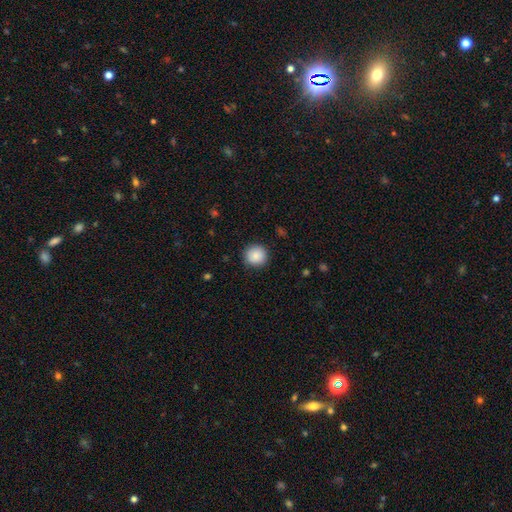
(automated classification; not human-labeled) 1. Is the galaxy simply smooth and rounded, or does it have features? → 87% smooth, 8% star or artifact, 5% featured or disk.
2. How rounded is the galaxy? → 93% round, 6% in between, 1% cigar-shaped.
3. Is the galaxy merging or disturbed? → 88% none, 8% minor disturbance, 2% major disturbance, 1% merger.